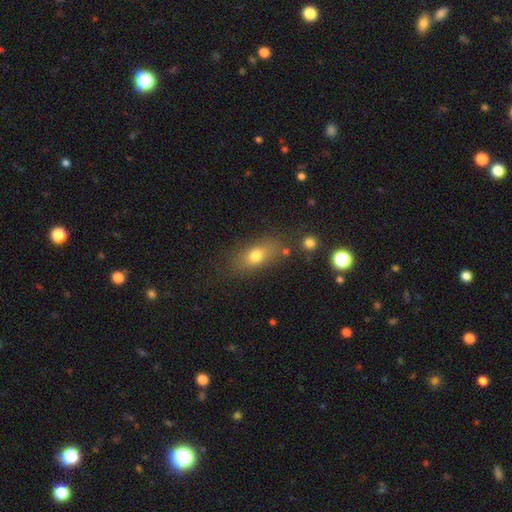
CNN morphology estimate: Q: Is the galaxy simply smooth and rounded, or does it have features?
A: smooth — 72%.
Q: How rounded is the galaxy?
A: in between — 73%.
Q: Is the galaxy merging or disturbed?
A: none — 70%.